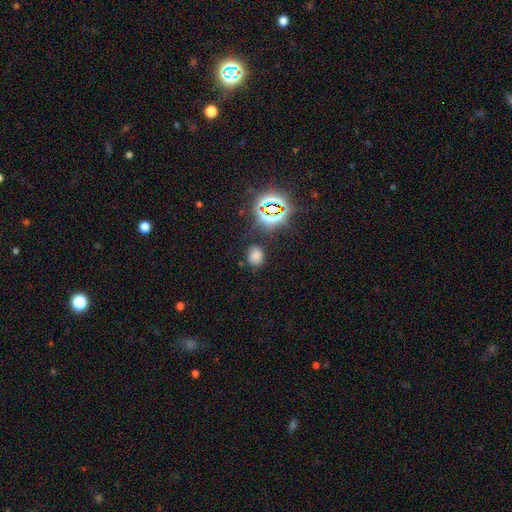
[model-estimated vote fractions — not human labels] smooth-or-featured: smooth: 65% | star or artifact: 28% | featured or disk: 7%
  how-rounded: round: 61% | in between: 38% | cigar-shaped: 1%
  merging: none: 76% | minor disturbance: 15% | major disturbance: 5% | merger: 3%